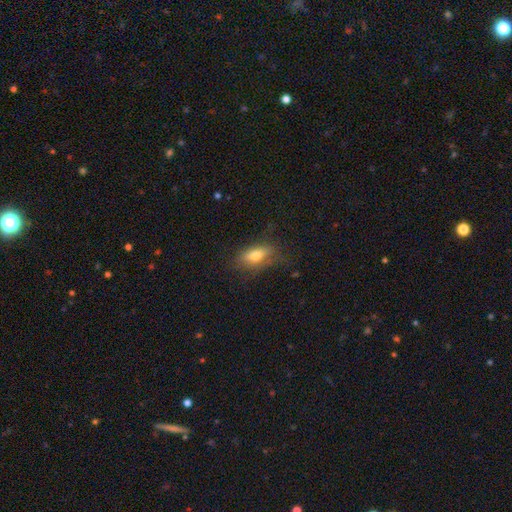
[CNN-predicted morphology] Overall: smooth (71%). How rounded: in between (82%). Merging: none (64%).